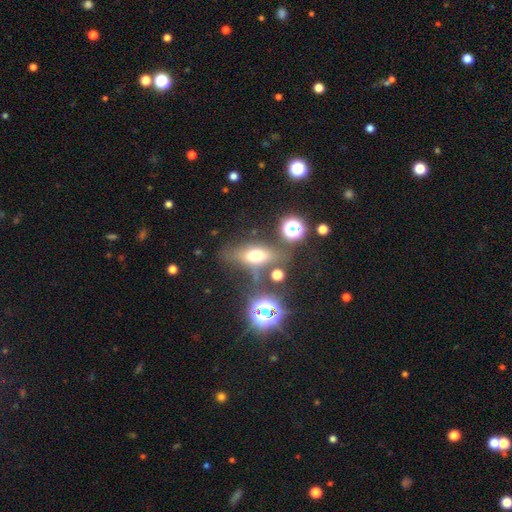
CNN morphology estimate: Q: Smooth or featured?
A: smooth (56%); runner-up: star or artifact (22%)
Q: How rounded?
A: in between (67%); runner-up: round (17%)
Q: Merging?
A: none (59%); runner-up: minor disturbance (18%)